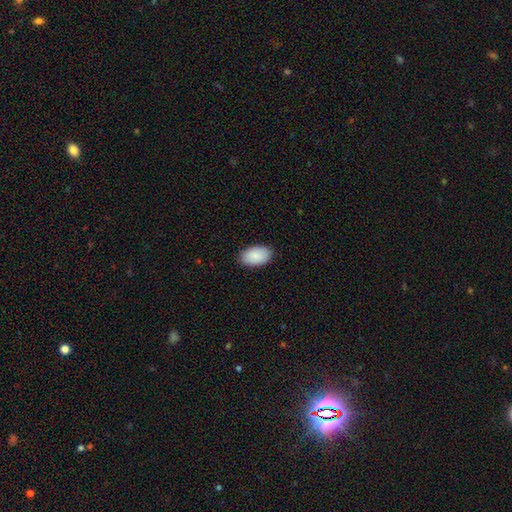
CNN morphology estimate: A smooth galaxy with no disk features (90%) that is in between round and cigar-shaped (95%).

Vote fractions:
- Smooth or featured? smooth: 90% / star or artifact: 6% / featured or disk: 4%
- How rounded? in between: 95% / round: 4% / cigar-shaped: 1%
- Merging? none: 88% / minor disturbance: 10% / major disturbance: 2% / merger: 1%